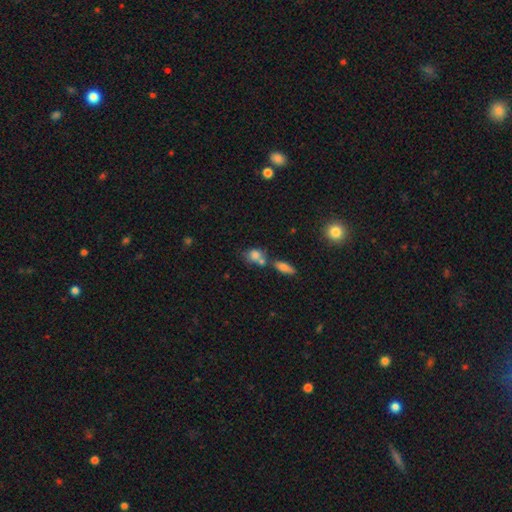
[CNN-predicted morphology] Smooth or featured? Predicted: smooth (p=0.78). How rounded? Predicted: round (p=0.51). Merging? Predicted: none (p=0.43).